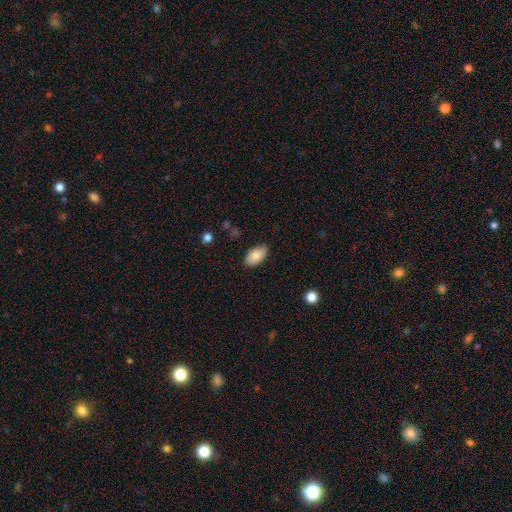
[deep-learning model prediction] This appears to be a smooth galaxy with no disk features (86%) that is in between round and cigar-shaped (94%). Merging: none (85%).